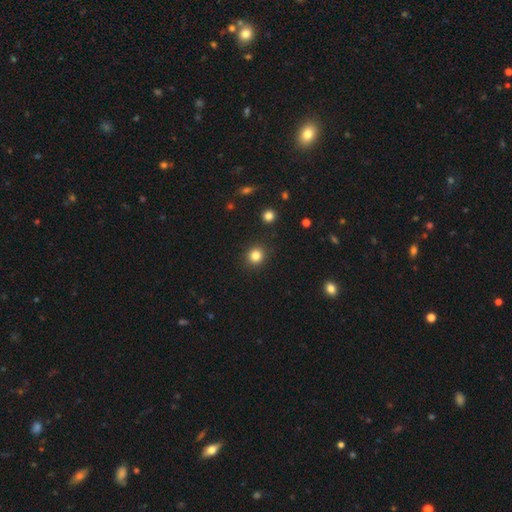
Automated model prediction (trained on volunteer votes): This is clearly a smooth galaxy (83%). How rounded: clearly round (89%). Merging: clearly none (91%).